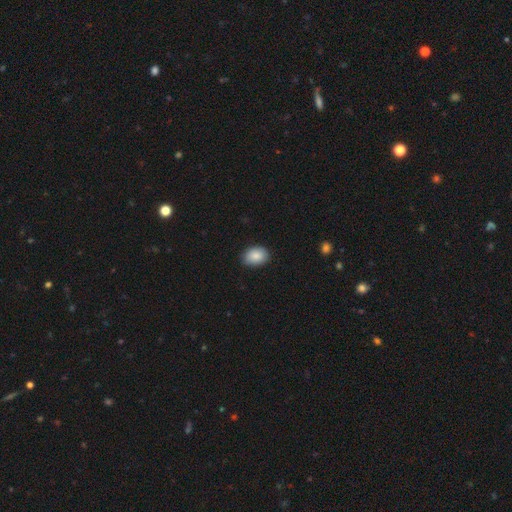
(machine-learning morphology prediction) This appears to be a smooth galaxy with no disk features (88%) that is in between round and cigar-shaped (73%). Merging: none (81%).